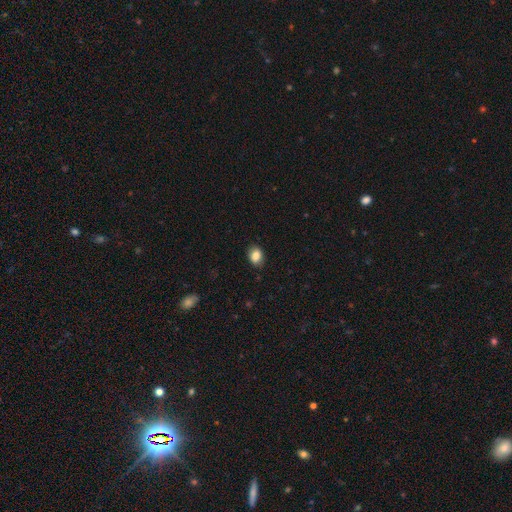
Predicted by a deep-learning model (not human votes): Smooth or featured: smooth — 86% (star or artifact — 9%)
How rounded: in between — 69% (round — 30%)
Merging: none — 84% (minor disturbance — 13%)